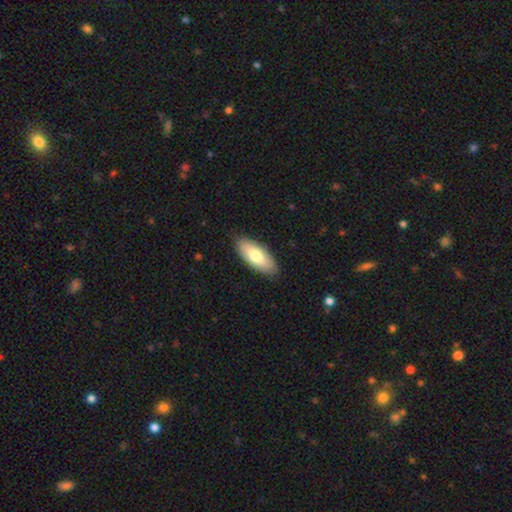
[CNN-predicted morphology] Smooth or featured: smooth — 74% (featured or disk — 21%)
How rounded: in between — 84% (cigar-shaped — 14%)
Merging: none — 85% (minor disturbance — 11%)